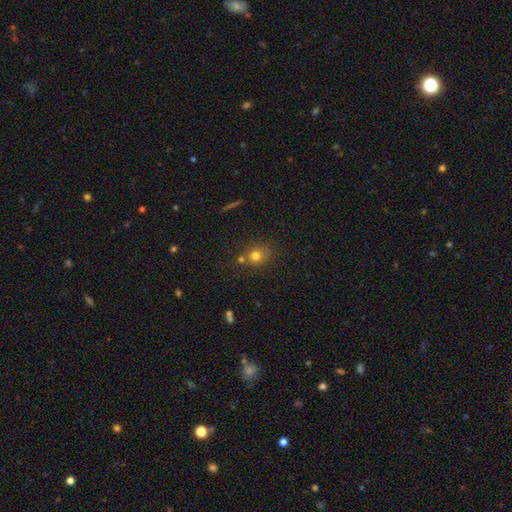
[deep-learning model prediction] Smooth or featured? Predicted: smooth (p=0.76). How rounded? Predicted: round (p=0.78). Merging? Predicted: none (p=0.62).